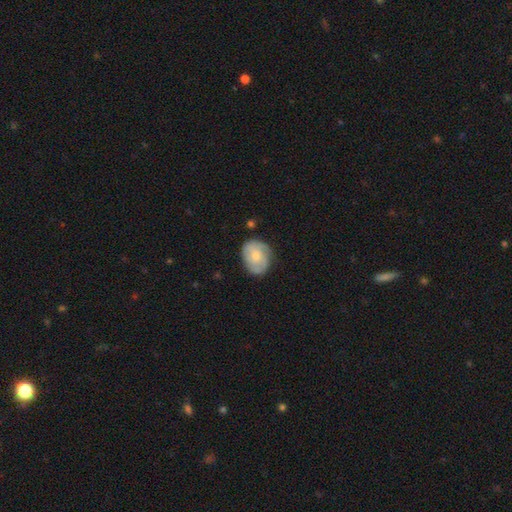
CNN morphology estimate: type=featured or disk (53%); edge-on=no (97%); bar=no (66%); spiral arms=yes (82%); bulge=moderate (49%); merging=none (70%).